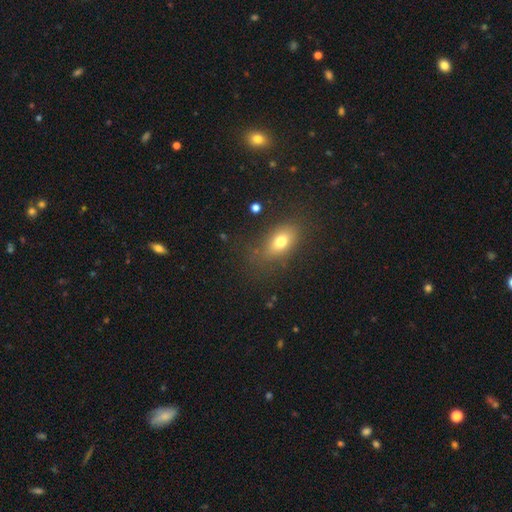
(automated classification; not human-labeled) smooth-or-featured: smooth: 63% | star or artifact: 24% | featured or disk: 13%
  how-rounded: in between: 75% | round: 19% | cigar-shaped: 6%
  merging: none: 80% | minor disturbance: 13% | major disturbance: 5% | merger: 3%